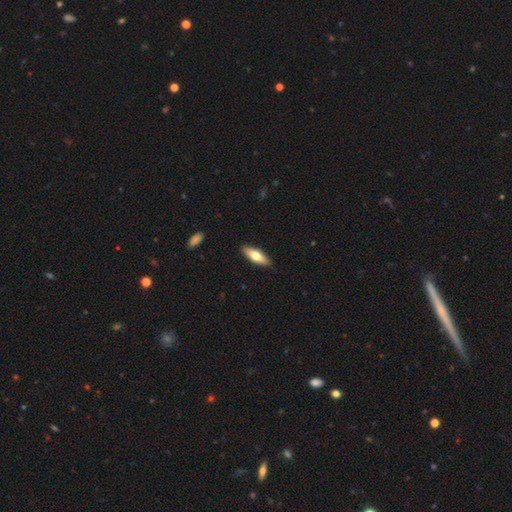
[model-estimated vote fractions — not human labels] Overall: smooth (69%). How rounded: in between (59%; cigar-shaped 39%). Merging: none (89%).